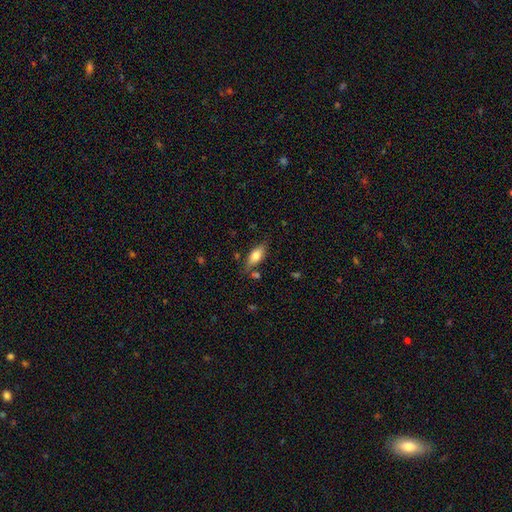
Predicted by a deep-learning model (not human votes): smooth-or-featured: smooth: 74% | featured or disk: 19% | star or artifact: 7%
  how-rounded: in between: 81% | cigar-shaped: 15% | round: 3%
  merging: none: 74% | minor disturbance: 17% | merger: 5% | major disturbance: 4%